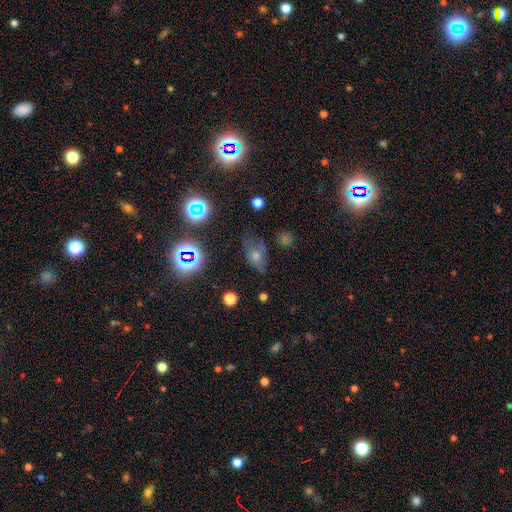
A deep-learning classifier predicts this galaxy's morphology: The model was most divided on "smooth or featured": smooth: 45%, star or artifact: 32%, featured or disk: 23%. More confident: merging — none (61%).